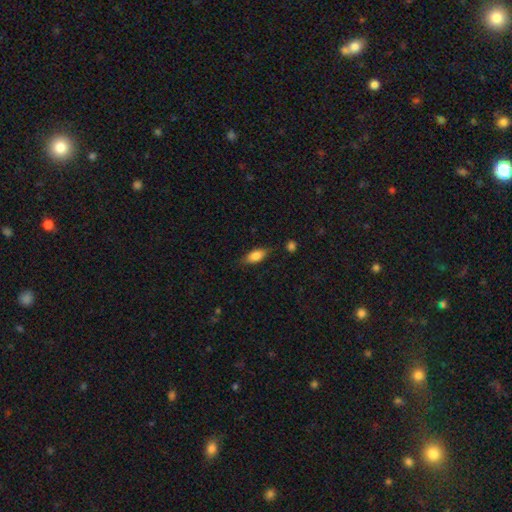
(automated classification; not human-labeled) A smooth galaxy with no disk features (81%) that is in between round and cigar-shaped (85%). Merging: none (77%).